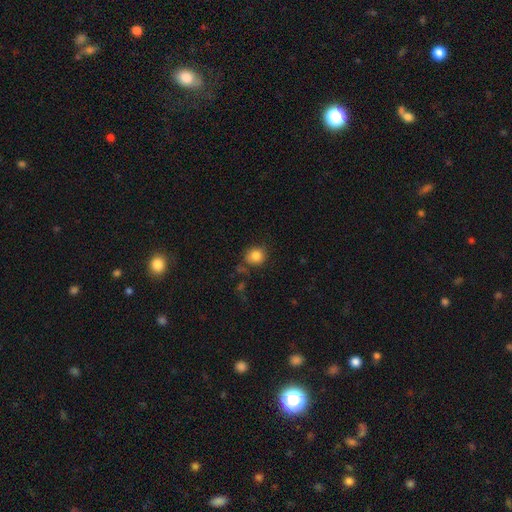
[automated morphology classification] This appears to be a smooth galaxy with no disk features (84%) that is round (82%). Merging: none (71%).